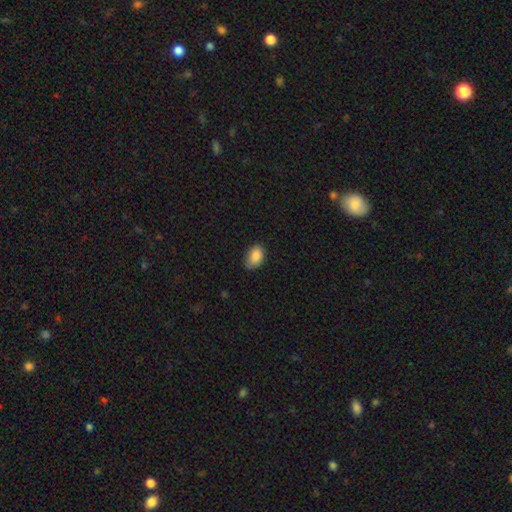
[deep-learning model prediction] Smooth or featured? smooth (87%)
How rounded? in between (88%)
Merging? none (72%)